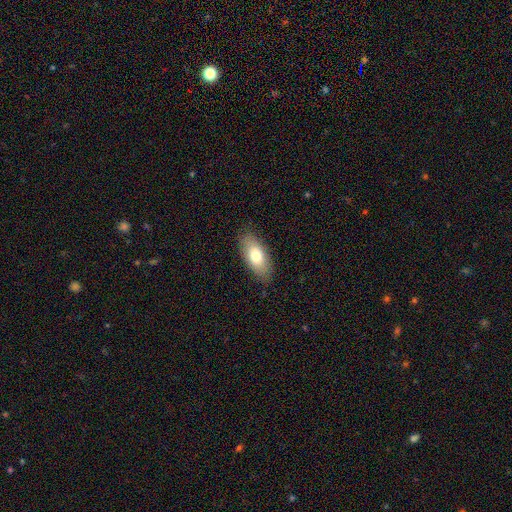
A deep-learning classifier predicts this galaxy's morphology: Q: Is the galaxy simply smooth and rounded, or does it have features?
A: smooth — 75%.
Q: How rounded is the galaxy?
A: in between — 88%.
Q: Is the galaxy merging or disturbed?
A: none — 86%.